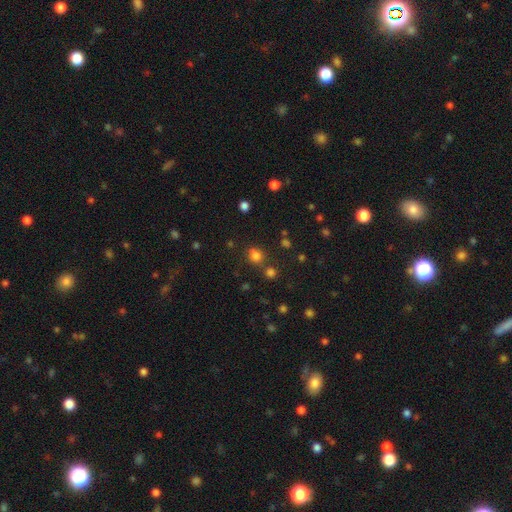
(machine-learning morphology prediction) This is likely a smooth galaxy (76%). How rounded: likely round (75%). Merging: likely none (72%).